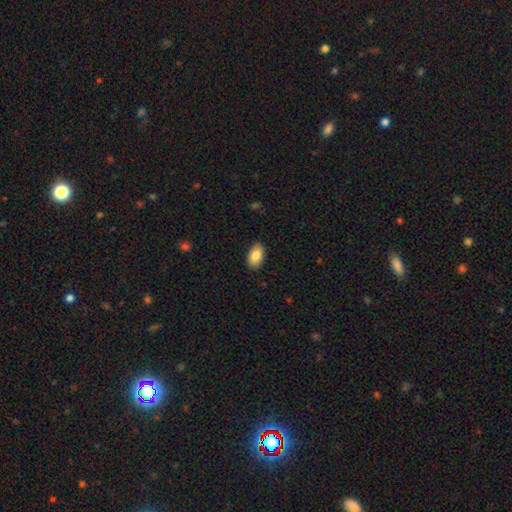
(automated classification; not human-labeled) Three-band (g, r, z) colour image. It shows a smooth galaxy with no disk features (86%) that is in between round and cigar-shaped (93%). Merging: none (89%).